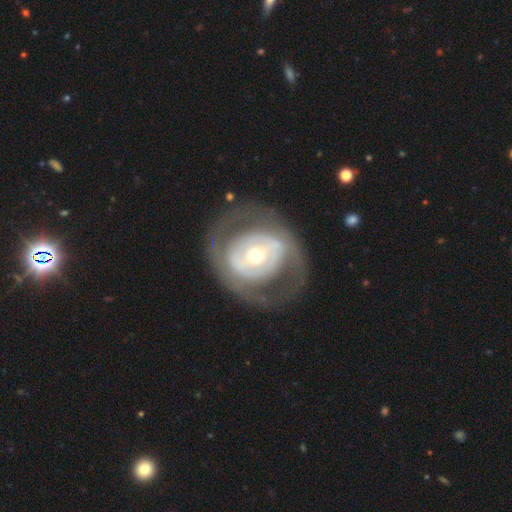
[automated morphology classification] This appears to be a featured or disk galaxy (71%) with no bar (53%), no spiral arms (67%) and a moderate central bulge (51%). Merging: none (73%).